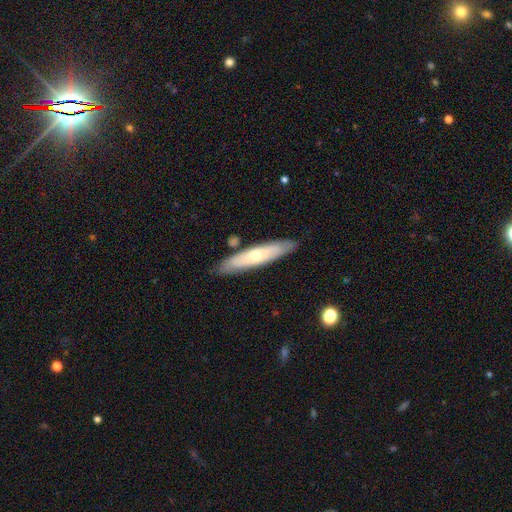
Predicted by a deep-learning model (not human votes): Smooth or featured?
  - featured or disk: 48% *
  - smooth: 47%
  - star or artifact: 6%
Merging?
  - none: 84% *
  - minor disturbance: 11%
  - merger: 3%
  - major disturbance: 2%